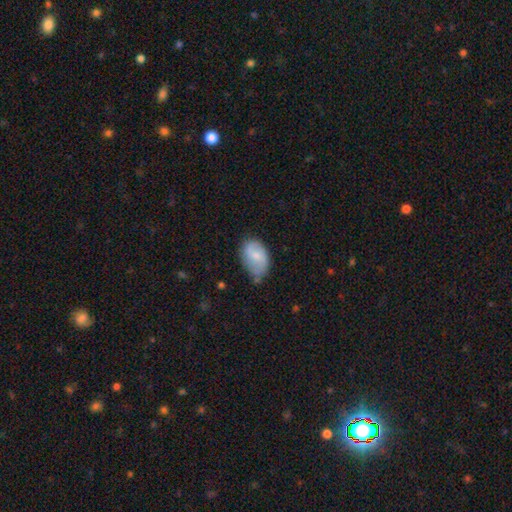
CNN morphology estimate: smooth-or-featured: smooth: 63% | featured or disk: 30% | star or artifact: 7%
  how-rounded: in between: 86% | round: 12% | cigar-shaped: 1%
  merging: none: 52% | minor disturbance: 36% | major disturbance: 9% | merger: 3%